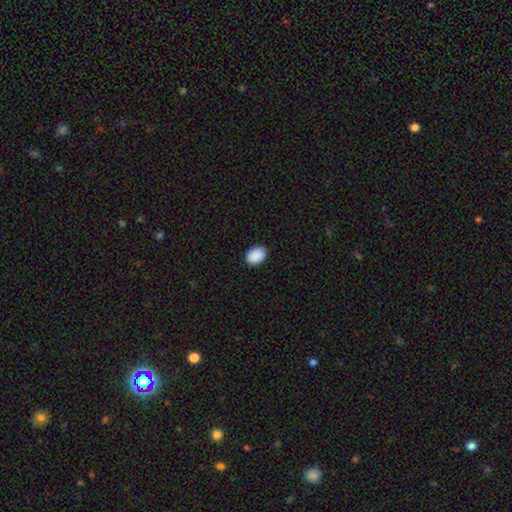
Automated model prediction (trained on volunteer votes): A smooth galaxy with no disk features (91%) that is in between round and cigar-shaped (77%).

Vote fractions:
- Smooth or featured? smooth: 91% / star or artifact: 7% / featured or disk: 2%
- How rounded? in between: 77% / round: 23% / cigar-shaped: 1%
- Merging? none: 88% / minor disturbance: 9% / major disturbance: 2% / merger: 1%